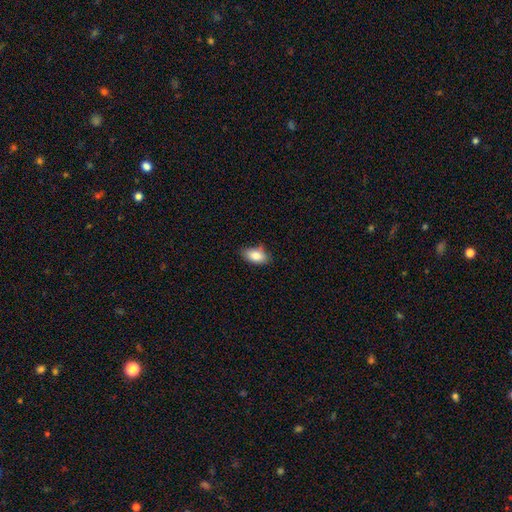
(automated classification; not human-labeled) A smooth galaxy with no disk features (85%) that is in between round and cigar-shaped (91%). Merging: none (76%).